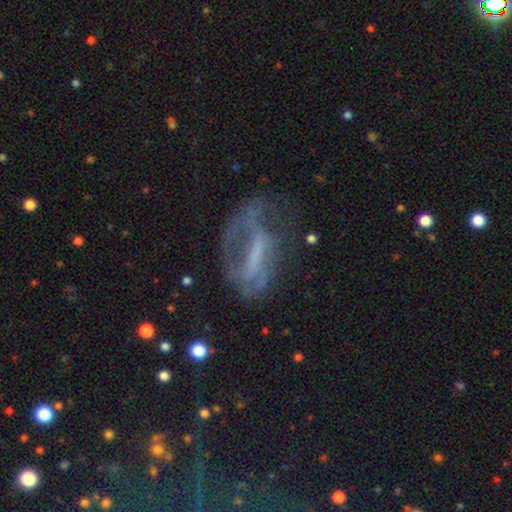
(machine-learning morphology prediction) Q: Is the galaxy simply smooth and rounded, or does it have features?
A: featured or disk — 63%.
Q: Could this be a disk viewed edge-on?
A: no — 87%.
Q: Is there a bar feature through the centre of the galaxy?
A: strong — 38%.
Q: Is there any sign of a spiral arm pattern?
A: no — 50%, tied with yes.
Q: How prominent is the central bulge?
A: none — 54%.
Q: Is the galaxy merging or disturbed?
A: none — 39%.